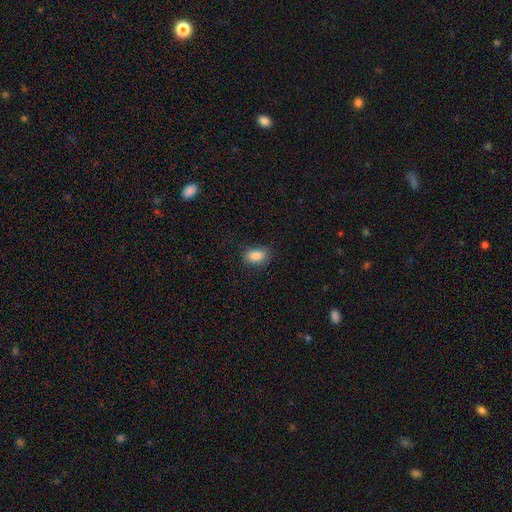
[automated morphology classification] A smooth galaxy with no disk features (86%) that is in between round and cigar-shaped (85%). Merging: none (78%).